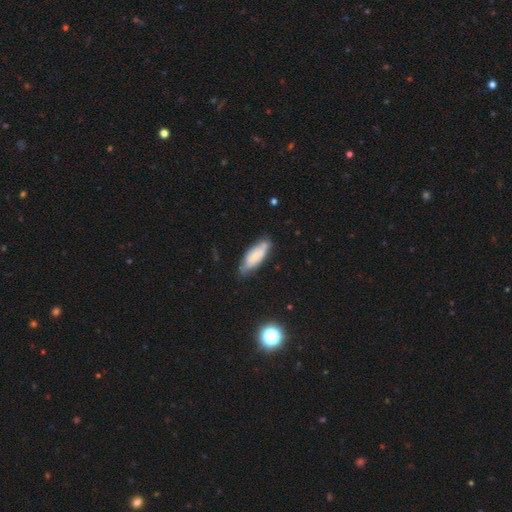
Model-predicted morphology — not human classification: This is possibly a smooth galaxy (57%). How rounded: likely in between (68%). Merging: likely none (68%).